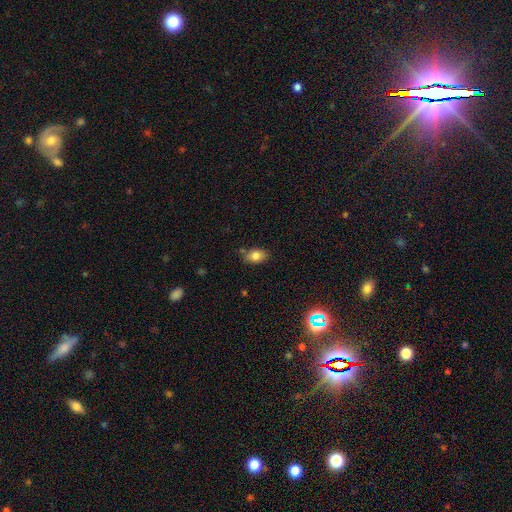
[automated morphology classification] The model was most divided on "merging": none: 74%, minor disturbance: 17%, merger: 5%, major disturbance: 4%. More confident: smooth or featured — smooth (82%); how rounded — in between (82%).